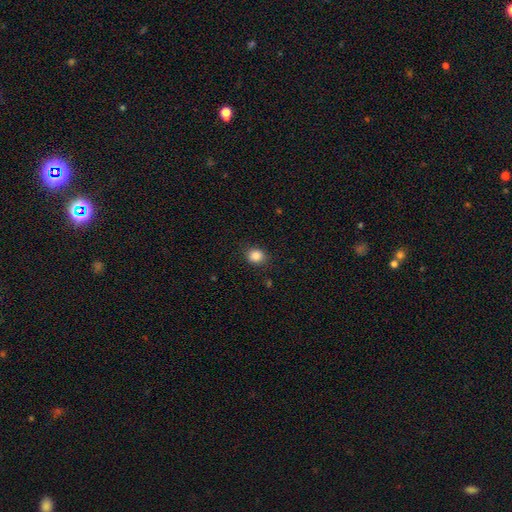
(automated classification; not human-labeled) Smooth or featured? Predicted: smooth (p=0.85). How rounded? Predicted: round (p=0.71). Merging? Predicted: none (p=0.86).